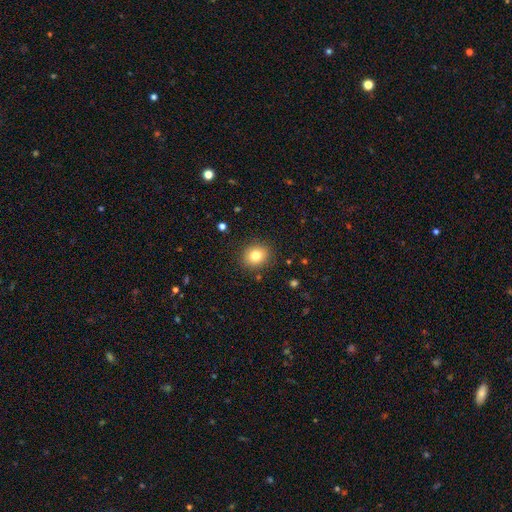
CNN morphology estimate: A smooth galaxy with no disk features (81%) that is round (74%). Merging: none (88%).